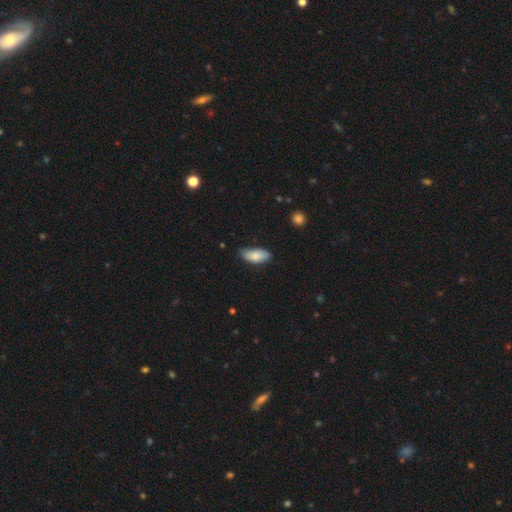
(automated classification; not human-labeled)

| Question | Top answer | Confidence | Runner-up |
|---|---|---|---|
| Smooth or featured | smooth | 82% | featured or disk (12%) |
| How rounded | in between | 88% | cigar-shaped (10%) |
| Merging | none | 72% | minor disturbance (24%) |